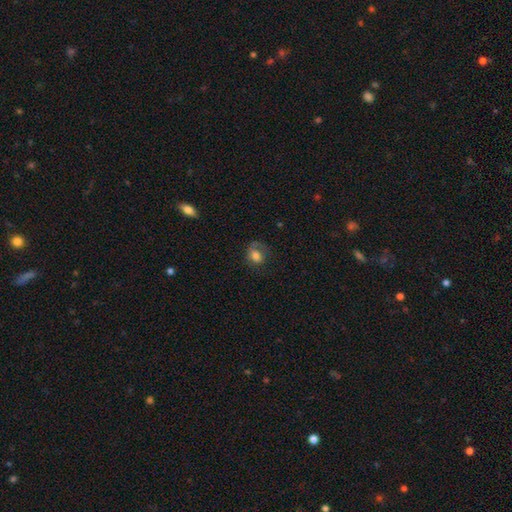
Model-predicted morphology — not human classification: Smooth or featured?
  - smooth: 66% *
  - featured or disk: 24%
  - star or artifact: 10%
How rounded?
  - in between: 51% *
  - round: 47%
  - cigar-shaped: 1%
Merging?
  - none: 49% *
  - major disturbance: 25%
  - minor disturbance: 23%
  - merger: 2%